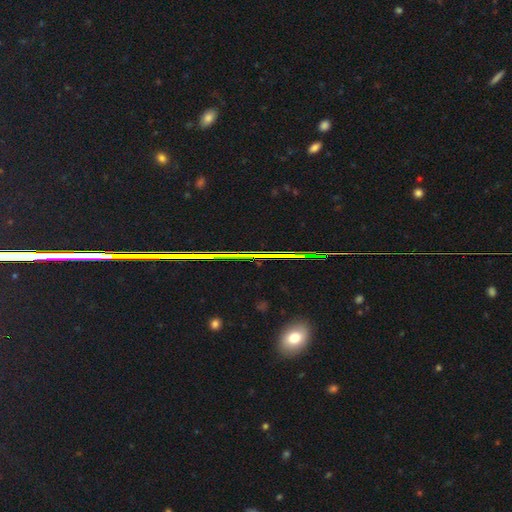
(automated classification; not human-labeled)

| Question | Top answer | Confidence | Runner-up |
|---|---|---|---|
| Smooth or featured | star or artifact | 68% | smooth (21%) |